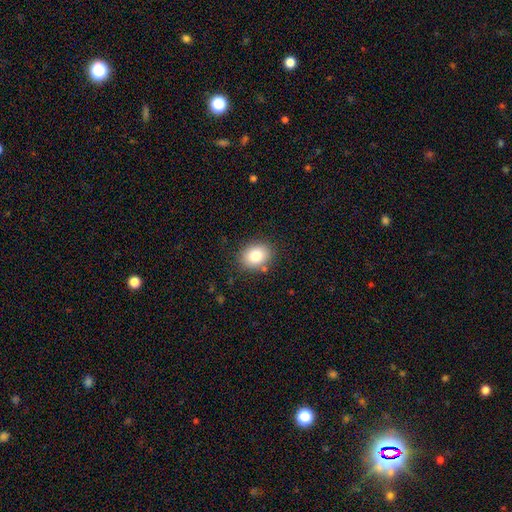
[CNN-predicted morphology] Q: Smooth or featured?
A: smooth (82%); runner-up: star or artifact (9%)
Q: How rounded?
A: in between (58%); runner-up: round (41%)
Q: Merging?
A: none (84%); runner-up: minor disturbance (11%)